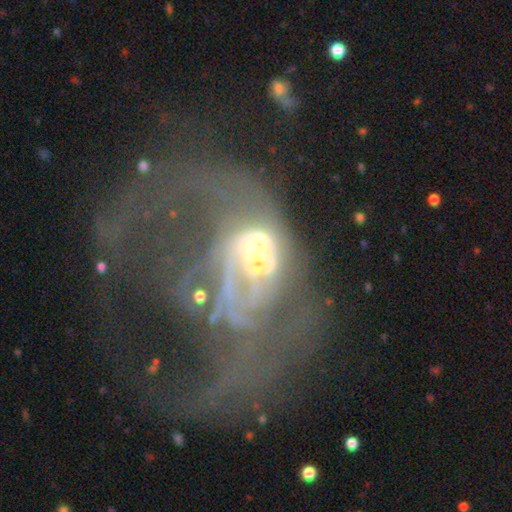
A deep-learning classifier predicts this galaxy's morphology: smooth-or-featured: featured or disk: 72% | star or artifact: 16% | smooth: 12%
  disk-edge-on: no: 96% | yes: 4%
    bar: no: 69% | weak: 21% | strong: 10%
    has-spiral-arms: yes: 56% | no: 44%
    bulge-size: moderate: 43% | small: 30% | none: 14% | large: 10% | dominant: 3%
  merging: major disturbance: 44% | merger: 38% | none: 11% | minor disturbance: 7%